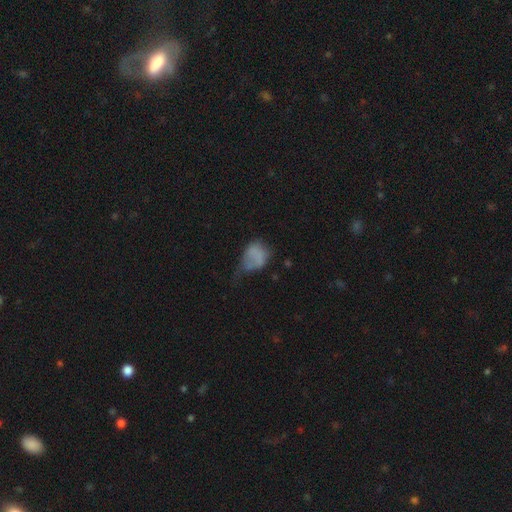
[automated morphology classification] This is likely a smooth galaxy (67%). How rounded: likely in between (70%). Merging: marginally major disturbance (44%).